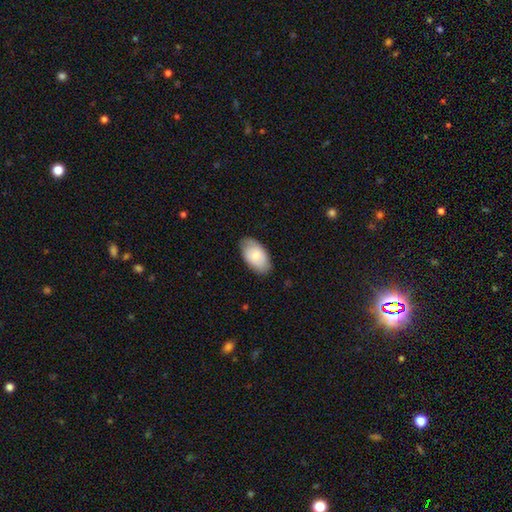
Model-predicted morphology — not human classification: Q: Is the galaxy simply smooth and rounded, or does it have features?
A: smooth — 77%.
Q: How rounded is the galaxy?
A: in between — 95%.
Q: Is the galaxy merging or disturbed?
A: none — 80%.